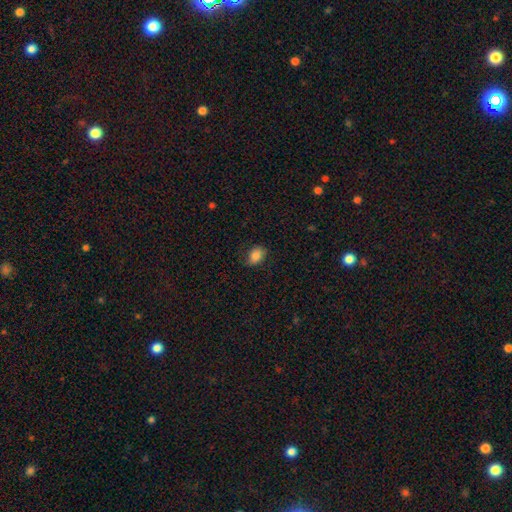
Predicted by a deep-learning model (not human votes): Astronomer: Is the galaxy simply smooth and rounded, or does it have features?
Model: smooth — 83%.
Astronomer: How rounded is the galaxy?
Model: in between — 71%.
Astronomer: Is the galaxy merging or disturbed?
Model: none — 75%.